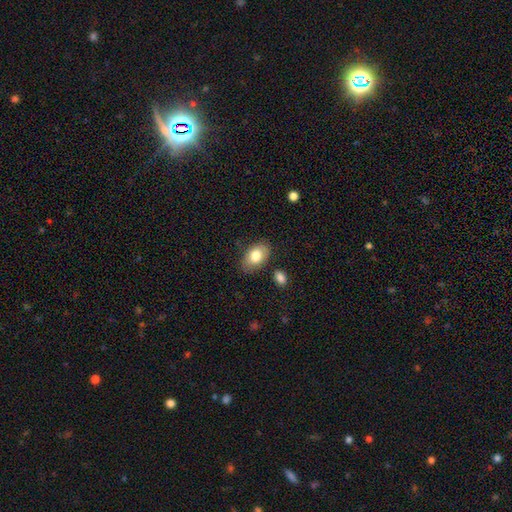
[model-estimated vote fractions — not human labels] Smooth or featured? Predicted: smooth (p=0.80). How rounded? Predicted: in between (p=0.90). Merging? Predicted: none (p=0.80).